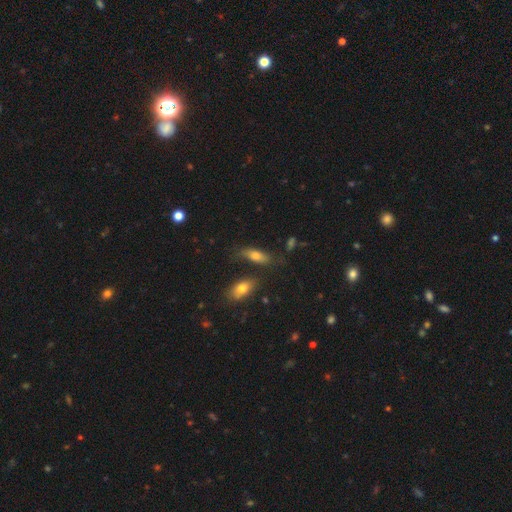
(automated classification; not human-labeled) Smooth or featured?
  - smooth: 71% *
  - featured or disk: 19%
  - star or artifact: 10%
How rounded?
  - in between: 68% *
  - cigar-shaped: 28%
  - round: 4%
Merging?
  - none: 66% *
  - minor disturbance: 18%
  - merger: 9%
  - major disturbance: 6%